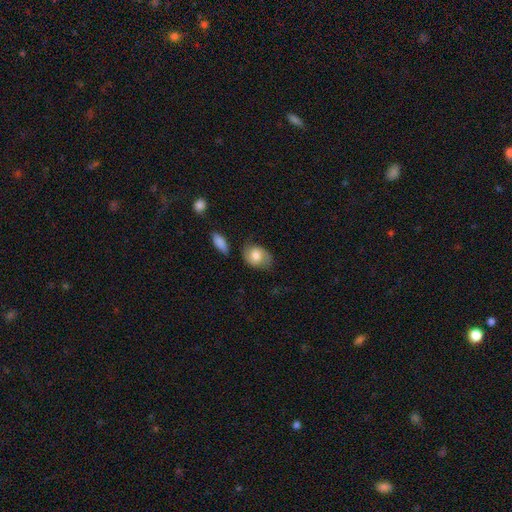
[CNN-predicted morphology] type=smooth (72%); roundness=in between (70%); merging=none (64%).